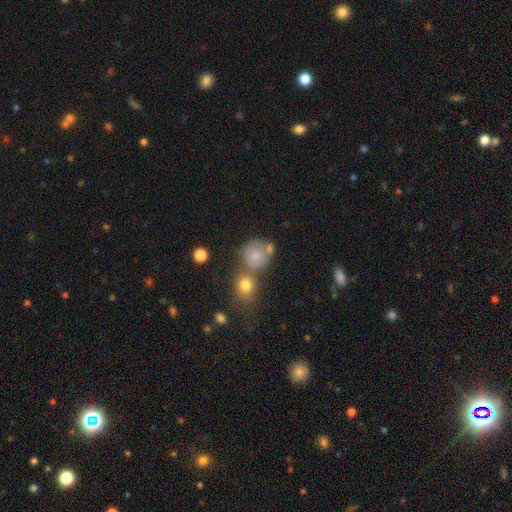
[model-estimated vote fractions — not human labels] smooth-or-featured: smooth: 73% | featured or disk: 15% | star or artifact: 12%
  how-rounded: round: 84% | in between: 15% | cigar-shaped: 1%
  merging: none: 49% | merger: 31% | minor disturbance: 13% | major disturbance: 6%